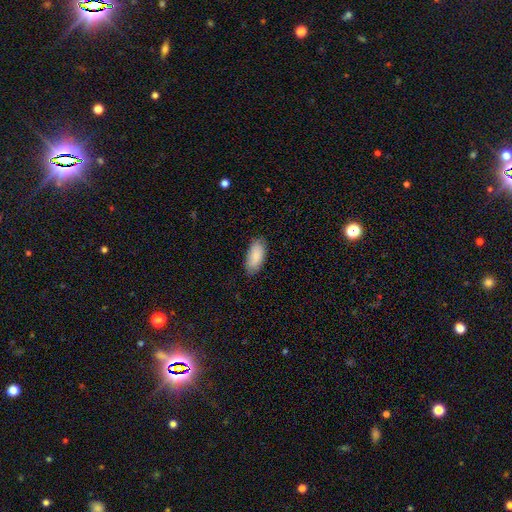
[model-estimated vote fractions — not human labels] Q: Smooth or featured?
A: smooth (88%); runner-up: featured or disk (7%)
Q: How rounded?
A: in between (91%); runner-up: cigar-shaped (7%)
Q: Merging?
A: none (83%); runner-up: minor disturbance (14%)